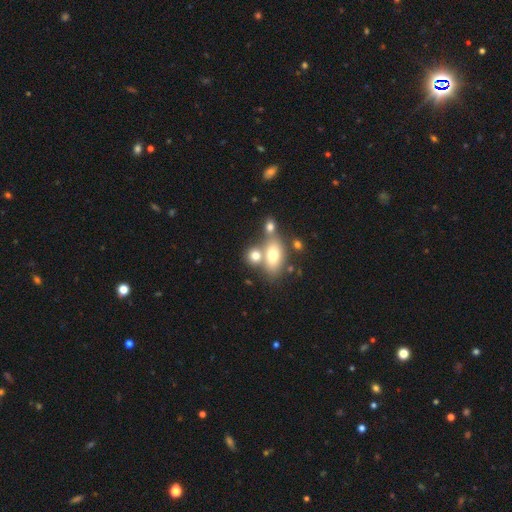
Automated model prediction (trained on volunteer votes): Smooth or featured: smooth — 72% (featured or disk — 18%)
How rounded: in between — 64% (round — 33%)
Merging: merger — 46% (none — 40%)